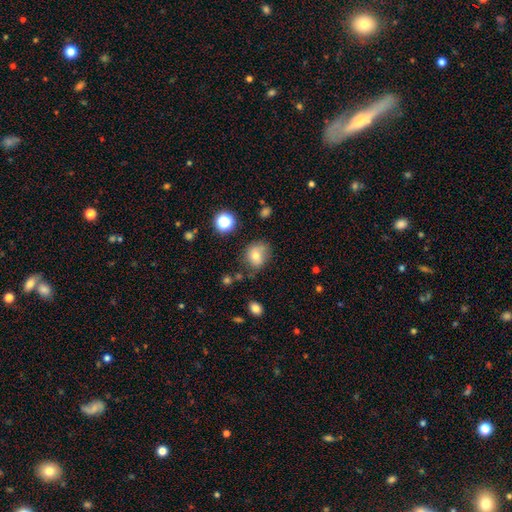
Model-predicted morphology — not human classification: Smooth or featured? smooth (69%)
How rounded? round (63%)
Merging? none (57%)